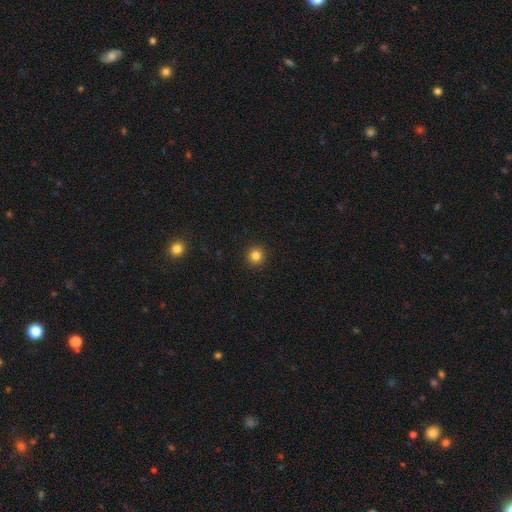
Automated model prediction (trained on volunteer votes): smooth-or-featured: smooth: 83% | star or artifact: 12% | featured or disk: 5%
  how-rounded: round: 93% | in between: 6% | cigar-shaped: 1%
  merging: none: 93% | minor disturbance: 5% | major disturbance: 2% | merger: 1%